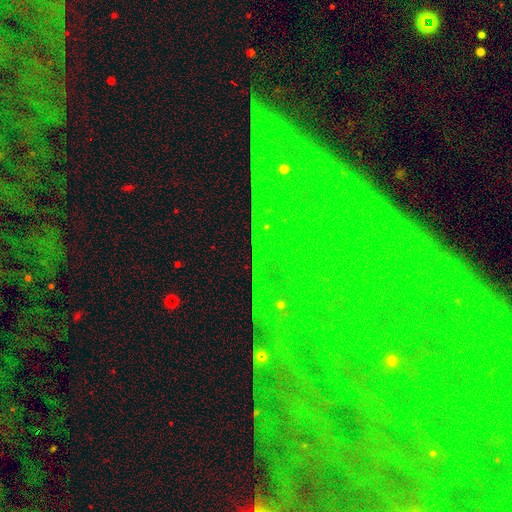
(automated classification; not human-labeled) Smooth or featured: star or artifact — 82% (featured or disk — 10%)